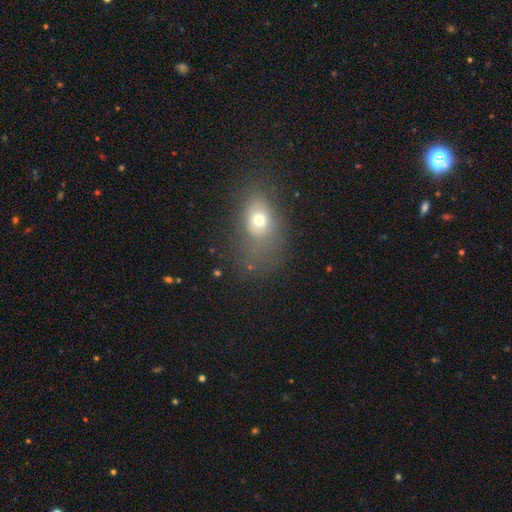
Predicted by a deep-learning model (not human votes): The model was most divided on "merging": none: 54%, minor disturbance: 23%, major disturbance: 19%, merger: 4%. More confident: how rounded — in between (68%); smooth or featured — smooth (62%).